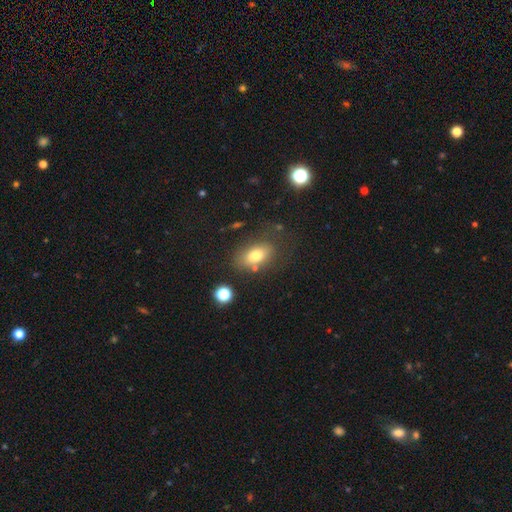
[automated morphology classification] Q: Smooth or featured?
A: smooth (76%); runner-up: featured or disk (14%)
Q: How rounded?
A: in between (86%); runner-up: round (11%)
Q: Merging?
A: none (69%); runner-up: minor disturbance (17%)